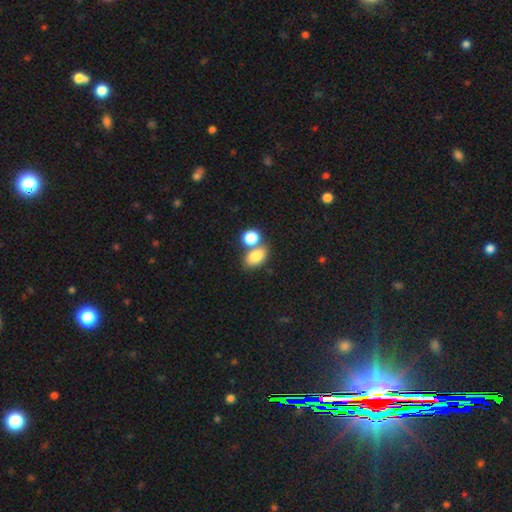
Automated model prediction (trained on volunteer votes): Q: Smooth or featured?
A: smooth (81%); runner-up: star or artifact (10%)
Q: How rounded?
A: in between (80%); runner-up: round (19%)
Q: Merging?
A: none (49%); runner-up: merger (37%)